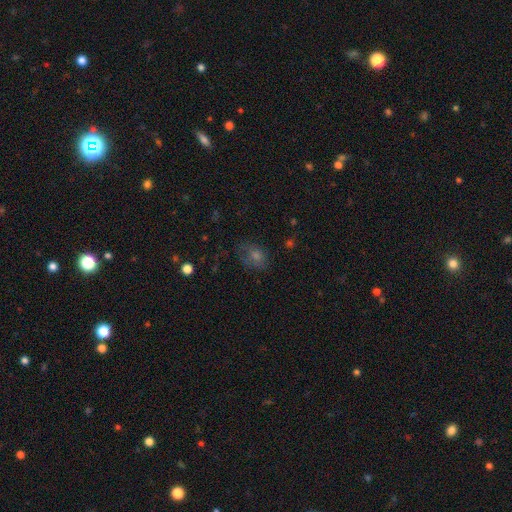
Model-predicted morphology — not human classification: Q: Smooth or featured?
A: smooth (53%); runner-up: star or artifact (25%)
Q: How rounded?
A: in between (56%); runner-up: round (42%)
Q: Merging?
A: none (60%); runner-up: minor disturbance (24%)